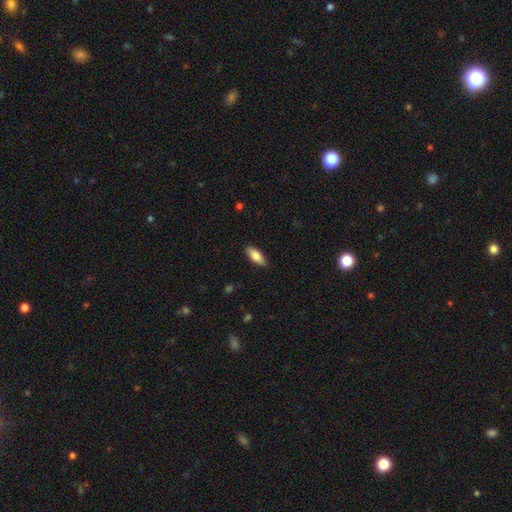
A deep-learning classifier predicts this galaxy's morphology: Overall: smooth (79%). How rounded: in between (75%). Merging: none (88%).